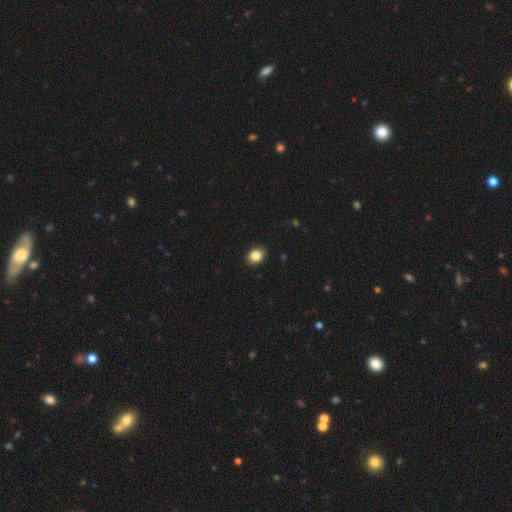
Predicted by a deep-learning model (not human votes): smooth-or-featured: smooth: 85% | star or artifact: 9% | featured or disk: 6%
  how-rounded: in between: 59% | round: 40% | cigar-shaped: 1%
  merging: none: 90% | minor disturbance: 8% | major disturbance: 2% | merger: 1%